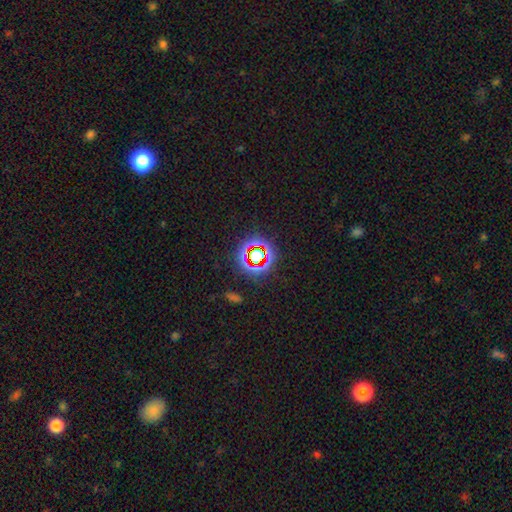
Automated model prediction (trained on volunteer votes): Overall: star or artifact (69%).